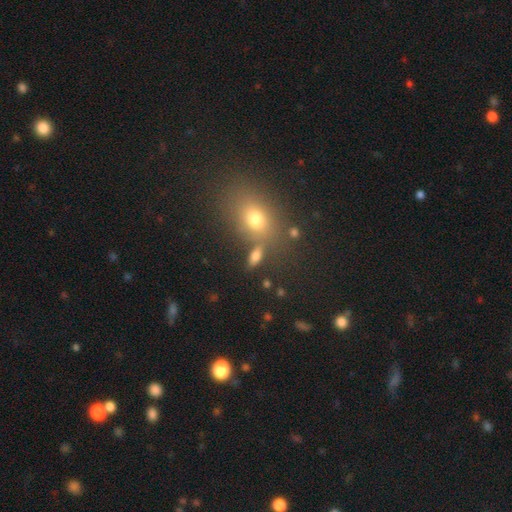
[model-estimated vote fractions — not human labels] A smooth galaxy with no disk features (75%) that is in between round and cigar-shaped (75%).

Vote fractions:
- Smooth or featured? smooth: 75% / star or artifact: 13% / featured or disk: 12%
- How rounded? in between: 75% / cigar-shaped: 13% / round: 12%
- Merging? none: 71% / merger: 12% / minor disturbance: 11% / major disturbance: 5%